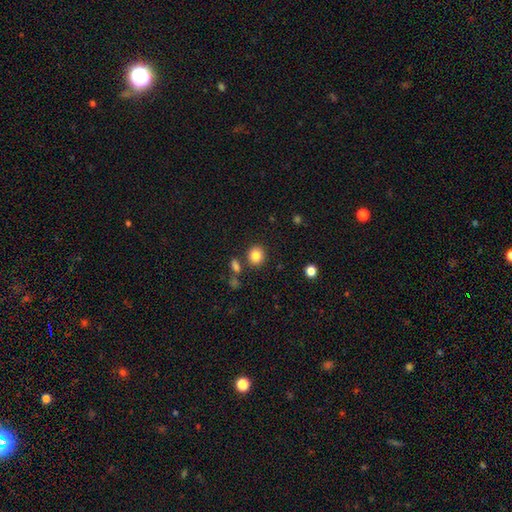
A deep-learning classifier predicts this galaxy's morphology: smooth 84%, star or artifact 10%, featured or disk 5%. Down the decision tree: how rounded — round (82%); merging — none (83%).